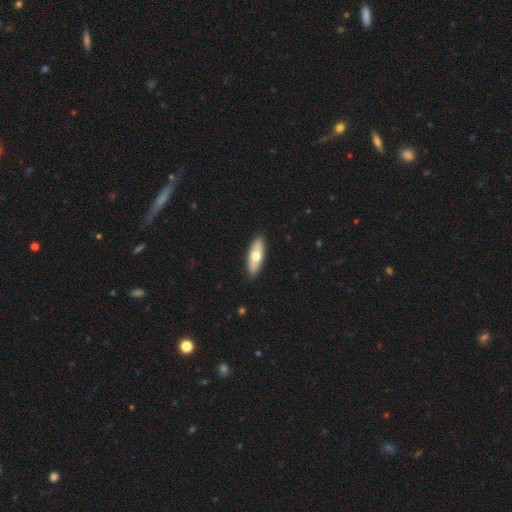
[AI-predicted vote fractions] Smooth or featured? Predicted: smooth (p=0.60). How rounded? Predicted: in between (p=0.63). Merging? Predicted: none (p=0.89).